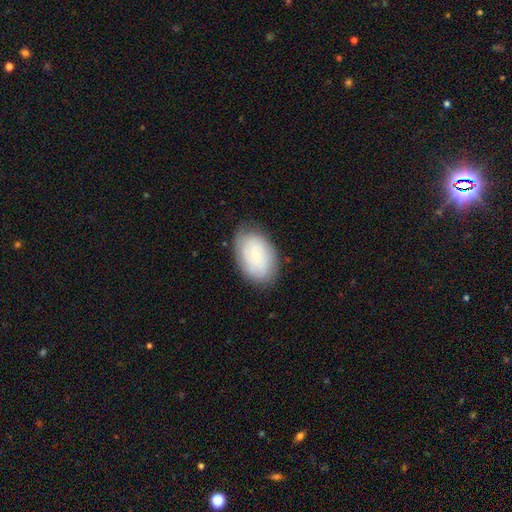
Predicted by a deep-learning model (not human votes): Smooth or featured: smooth — 47% (featured or disk — 46%)
Merging: none — 78% (minor disturbance — 17%)